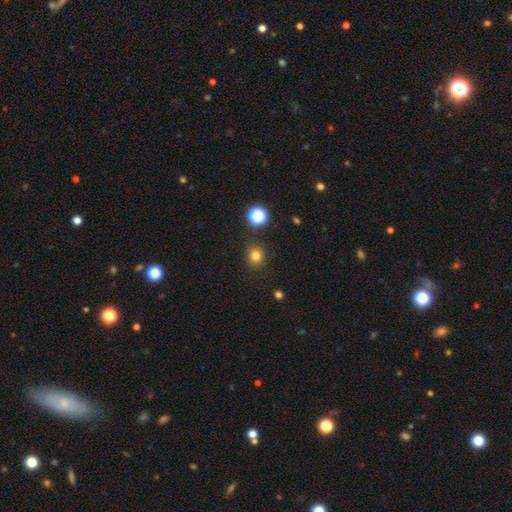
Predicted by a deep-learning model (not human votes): A smooth galaxy with no disk features (79%) that is round (81%).

Vote fractions:
- Smooth or featured? smooth: 79% / star or artifact: 15% / featured or disk: 6%
- How rounded? round: 81% / in between: 18% / cigar-shaped: 1%
- Merging? none: 88% / minor disturbance: 8% / major disturbance: 3% / merger: 2%